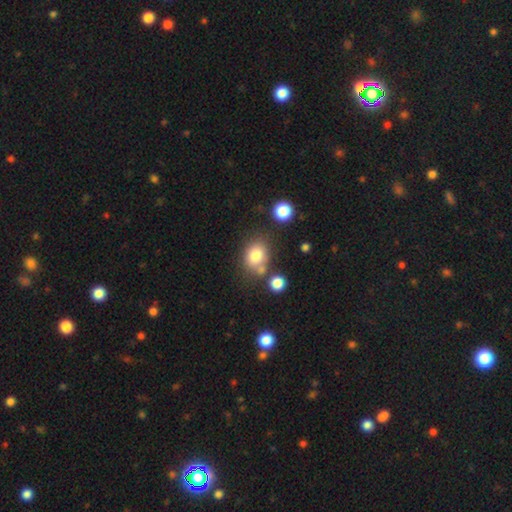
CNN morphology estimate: smooth 80%, star or artifact 11%, featured or disk 10%. Down the decision tree: how rounded — in between (50%); merging — none (61%).